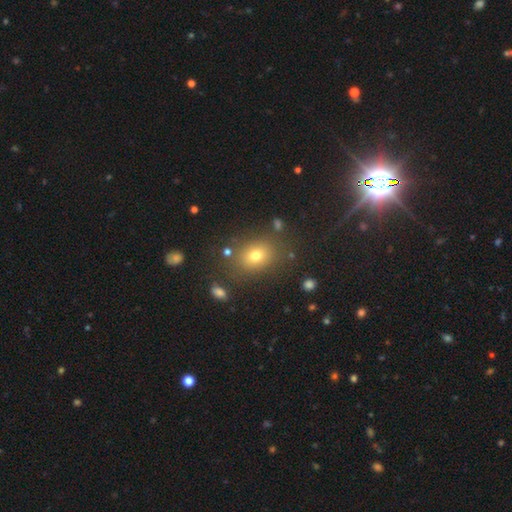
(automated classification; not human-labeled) A smooth galaxy with no disk features (72%) that is in between round and cigar-shaped (53%). Merging: none (81%).